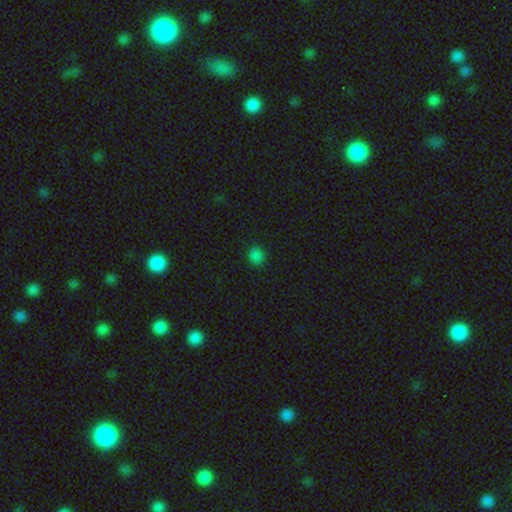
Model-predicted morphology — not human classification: smooth_or_featured: smooth (p=0.81) [alt: star or artifact p=0.17]
how_rounded: round (p=0.75) [alt: in between p=0.24]
merging: none (p=0.89) [alt: minor disturbance p=0.08]